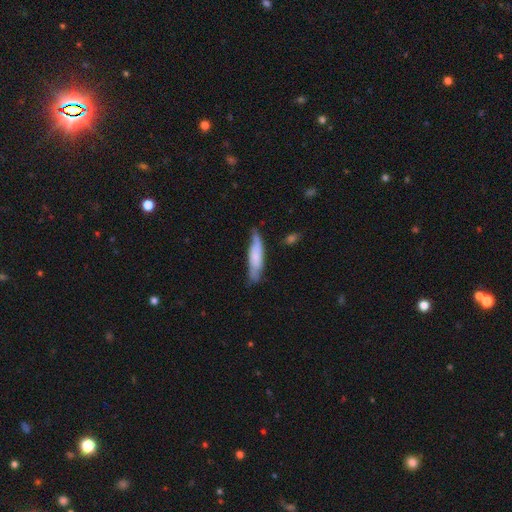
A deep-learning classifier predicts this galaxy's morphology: Smooth or featured: smooth — 64% (featured or disk — 30%)
How rounded: cigar-shaped — 71% (in between — 27%)
Merging: none — 61% (minor disturbance — 30%)